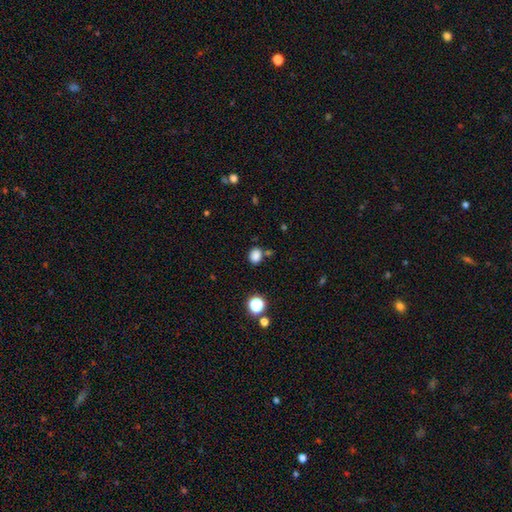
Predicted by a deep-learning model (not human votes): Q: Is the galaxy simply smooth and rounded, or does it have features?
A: smooth — 82%.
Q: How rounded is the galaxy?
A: round — 56%.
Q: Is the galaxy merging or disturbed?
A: none — 74%.